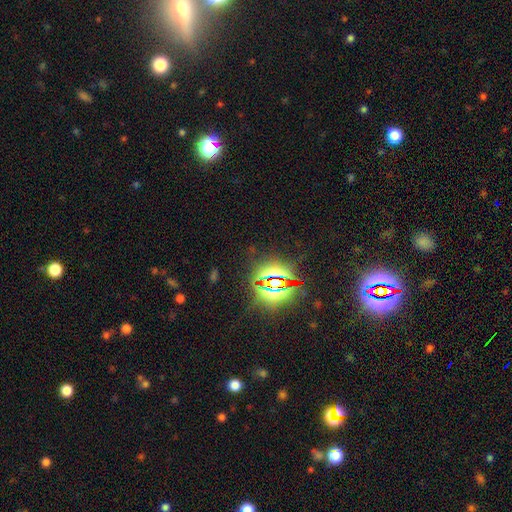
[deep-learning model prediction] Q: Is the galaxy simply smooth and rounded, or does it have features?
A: star or artifact — 82%.